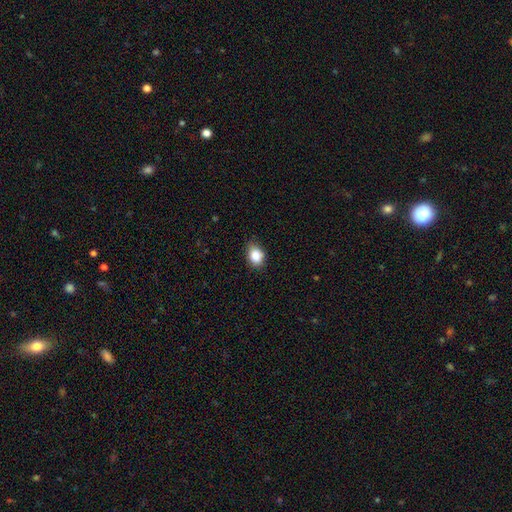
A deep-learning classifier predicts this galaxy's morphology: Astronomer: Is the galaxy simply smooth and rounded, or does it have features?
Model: smooth — 85%.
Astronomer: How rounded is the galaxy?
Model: in between — 66%.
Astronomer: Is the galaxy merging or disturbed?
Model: none — 73%.